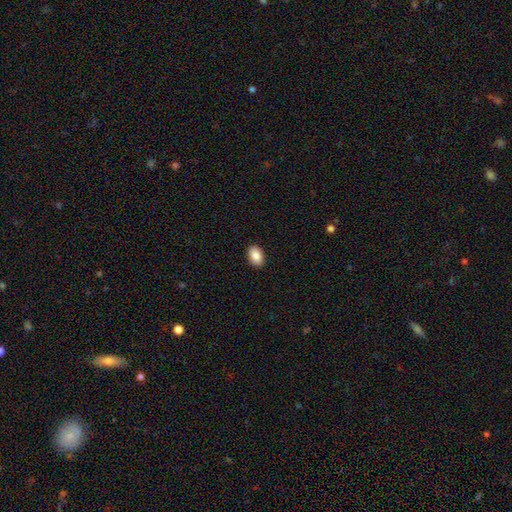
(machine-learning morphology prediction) smooth-or-featured: smooth: 87% | star or artifact: 7% | featured or disk: 6%
  how-rounded: in between: 87% | round: 12% | cigar-shaped: 1%
  merging: none: 91% | minor disturbance: 7% | major disturbance: 2% | merger: 1%